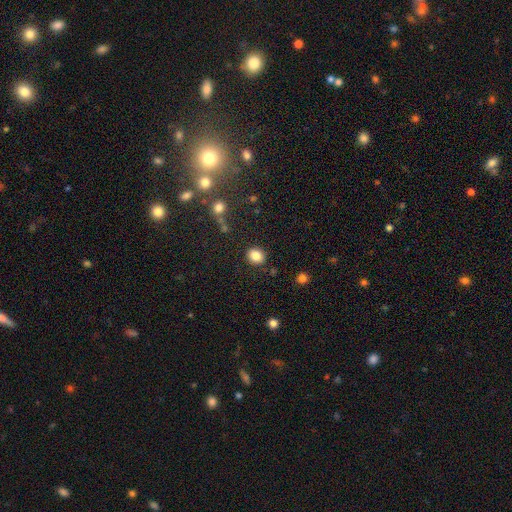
A smooth galaxy with no disk features (88%) that is round (71%).

Vote fractions:
- Smooth or featured? smooth: 88% / star or artifact: 10% / featured or disk: 2%
- How rounded? round: 71% / in between: 29% / cigar-shaped: 0%
- Merging? none: 92% / minor disturbance: 6% / major disturbance: 3% / merger: 0%